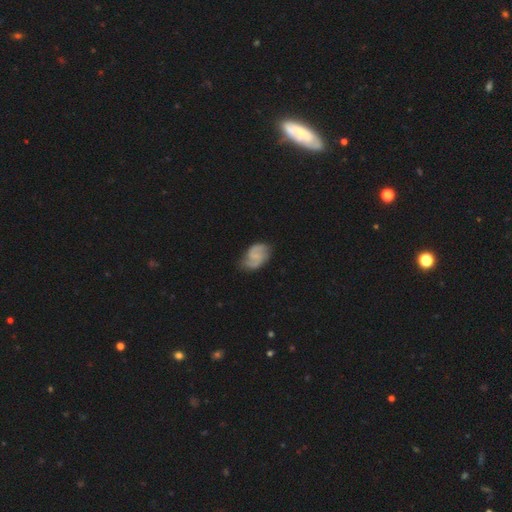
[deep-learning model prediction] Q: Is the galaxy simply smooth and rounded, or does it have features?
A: featured or disk — 70%.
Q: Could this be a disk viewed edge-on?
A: no — 98%.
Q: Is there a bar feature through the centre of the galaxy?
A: no — 51%.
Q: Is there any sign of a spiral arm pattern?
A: yes — 94%.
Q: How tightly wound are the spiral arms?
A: medium — 46%.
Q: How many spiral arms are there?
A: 2 — 85%.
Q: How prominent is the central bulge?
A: none — 50%.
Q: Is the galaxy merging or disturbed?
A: none — 69%.